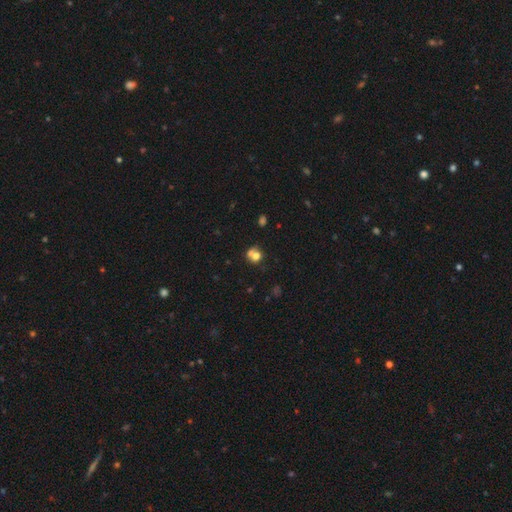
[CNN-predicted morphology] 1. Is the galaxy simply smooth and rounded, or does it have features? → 70% smooth, 15% featured or disk, 15% star or artifact.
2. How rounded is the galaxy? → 76% round, 23% in between, 1% cigar-shaped.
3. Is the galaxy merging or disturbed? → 43% merger, 41% none, 11% minor disturbance, 6% major disturbance.